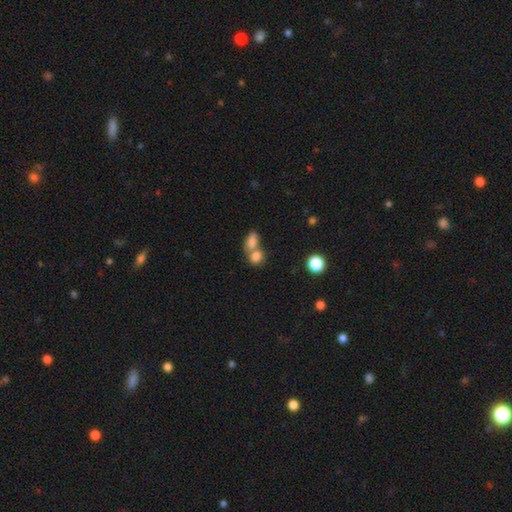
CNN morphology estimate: This is clearly a smooth galaxy (81%). How rounded: possibly in between (54%). Merging: likely merger (61%).